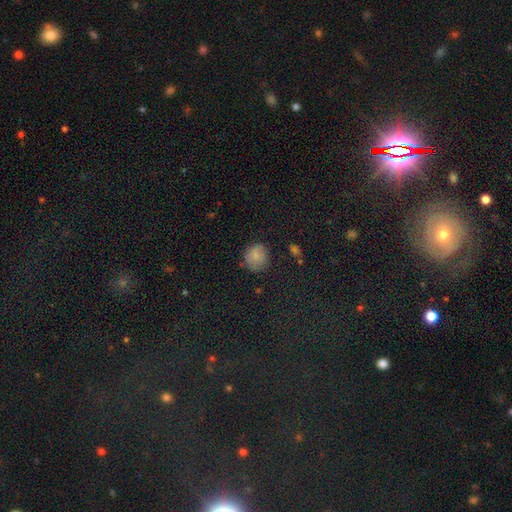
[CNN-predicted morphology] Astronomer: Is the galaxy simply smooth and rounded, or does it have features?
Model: smooth — 78%.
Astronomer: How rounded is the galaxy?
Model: round — 82%.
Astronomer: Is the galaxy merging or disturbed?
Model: none — 70%.